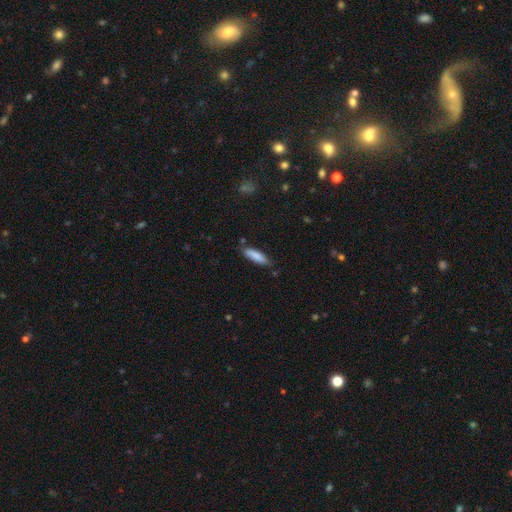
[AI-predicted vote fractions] Smooth or featured?
  - smooth: 85% *
  - featured or disk: 9%
  - star or artifact: 6%
How rounded?
  - cigar-shaped: 65% *
  - in between: 33%
  - round: 1%
Merging?
  - none: 80% *
  - minor disturbance: 14%
  - merger: 3%
  - major disturbance: 3%